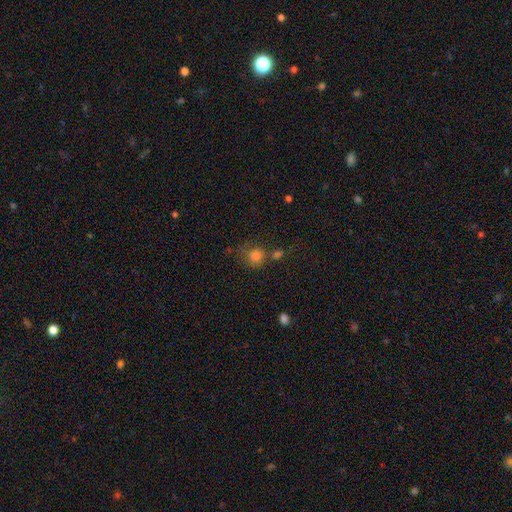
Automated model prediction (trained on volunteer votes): smooth-or-featured: smooth: 77% | star or artifact: 14% | featured or disk: 8%
  how-rounded: round: 85% | in between: 14% | cigar-shaped: 1%
  merging: none: 56% | merger: 20% | minor disturbance: 16% | major disturbance: 9%